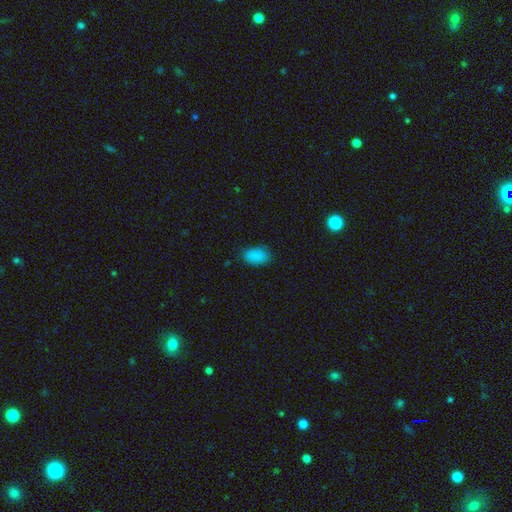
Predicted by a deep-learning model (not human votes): Q: Smooth or featured?
A: smooth (87%); runner-up: star or artifact (10%)
Q: How rounded?
A: in between (90%); runner-up: round (8%)
Q: Merging?
A: none (80%); runner-up: minor disturbance (15%)